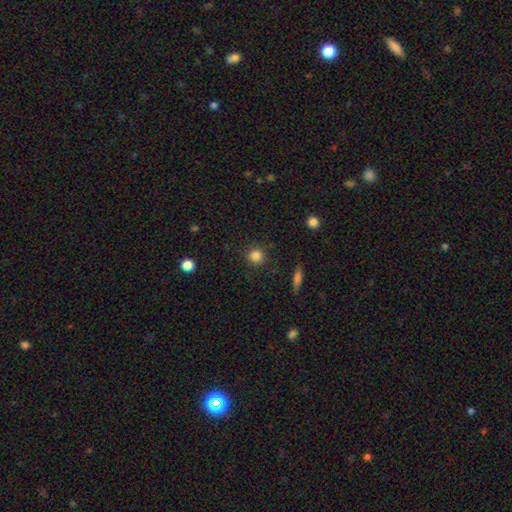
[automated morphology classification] Smooth or featured? smooth (83%)
How rounded? round (93%)
Merging? none (89%)